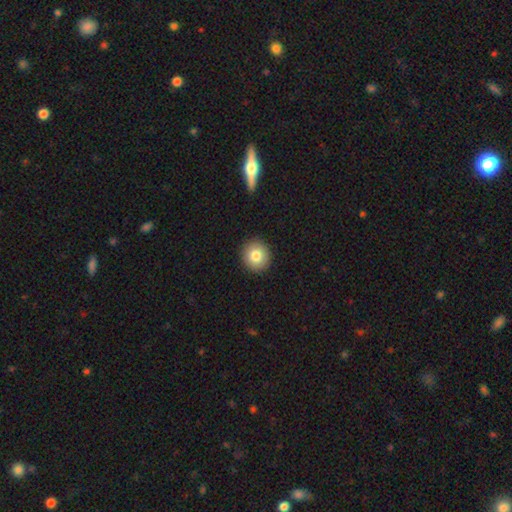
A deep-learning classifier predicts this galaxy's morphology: Q: Smooth or featured?
A: smooth (82%); runner-up: star or artifact (9%)
Q: How rounded?
A: round (87%); runner-up: in between (12%)
Q: Merging?
A: none (92%); runner-up: minor disturbance (5%)